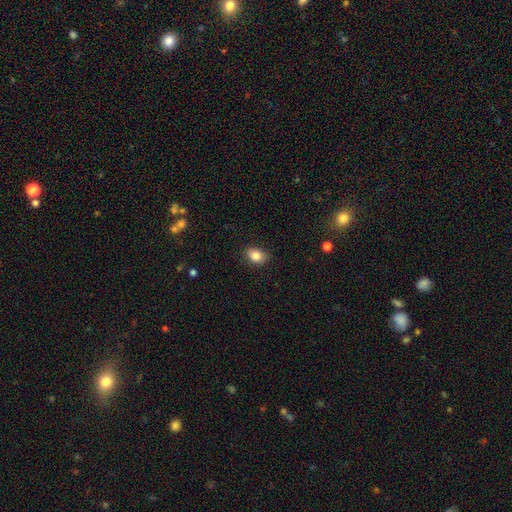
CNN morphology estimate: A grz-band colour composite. It shows a smooth galaxy with no disk features (85%) that is in between round and cigar-shaped (74%). Merging: none (83%).